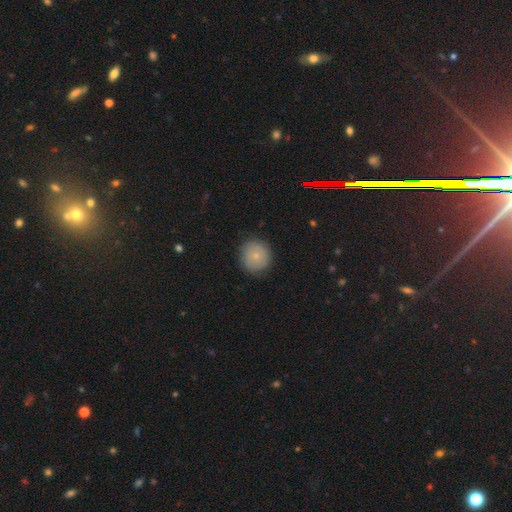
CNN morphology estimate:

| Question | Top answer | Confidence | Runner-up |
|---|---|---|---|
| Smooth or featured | smooth | 76% | featured or disk (16%) |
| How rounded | round | 93% | in between (6%) |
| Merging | none | 84% | minor disturbance (12%) |